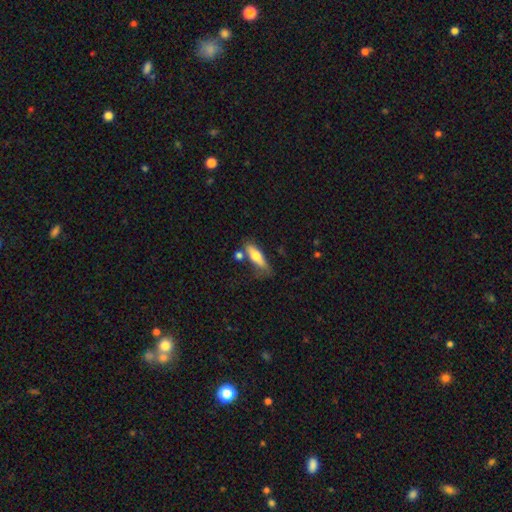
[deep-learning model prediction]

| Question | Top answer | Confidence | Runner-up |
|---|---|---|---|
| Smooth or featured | smooth | 62% | featured or disk (32%) |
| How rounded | cigar-shaped | 52% | in between (45%) |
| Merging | none | 57% | minor disturbance (22%) |